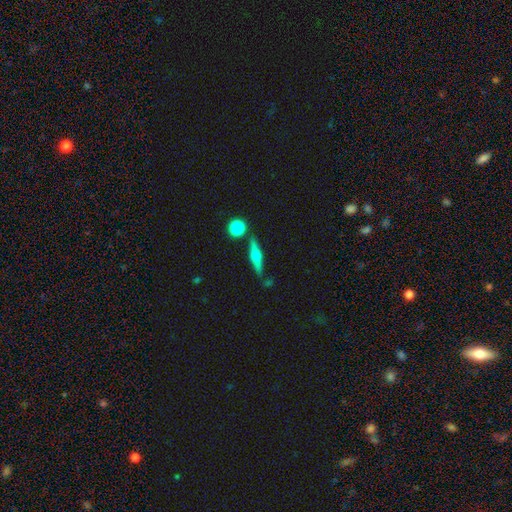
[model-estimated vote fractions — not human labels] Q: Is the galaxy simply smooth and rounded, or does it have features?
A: featured or disk — 63%.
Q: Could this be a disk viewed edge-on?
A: yes — 96%.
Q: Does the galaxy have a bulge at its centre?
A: rounded — 93%.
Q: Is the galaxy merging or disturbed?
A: none — 83%.